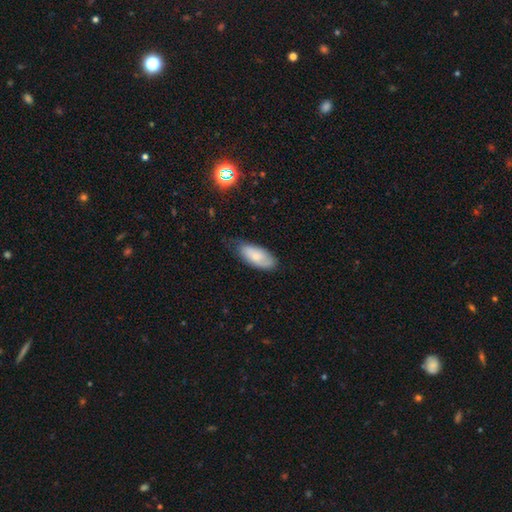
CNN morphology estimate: Smooth or featured?
  - smooth: 67% *
  - featured or disk: 26%
  - star or artifact: 7%
How rounded?
  - in between: 88% *
  - cigar-shaped: 9%
  - round: 2%
Merging?
  - none: 58% *
  - minor disturbance: 33%
  - major disturbance: 7%
  - merger: 2%